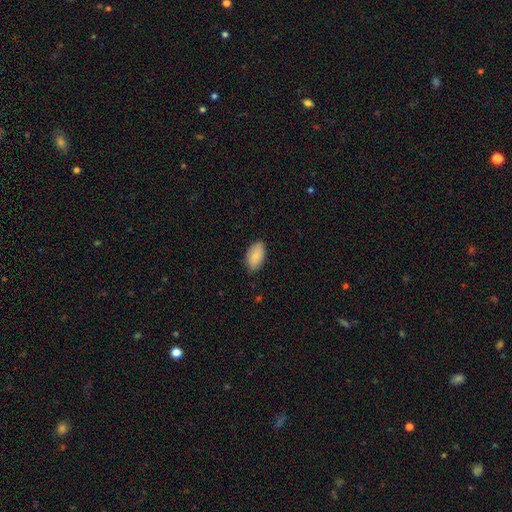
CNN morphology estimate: Smooth or featured?
  - smooth: 85% *
  - featured or disk: 8%
  - star or artifact: 6%
How rounded?
  - in between: 94% *
  - round: 4%
  - cigar-shaped: 2%
Merging?
  - none: 83% *
  - minor disturbance: 14%
  - major disturbance: 2%
  - merger: 1%